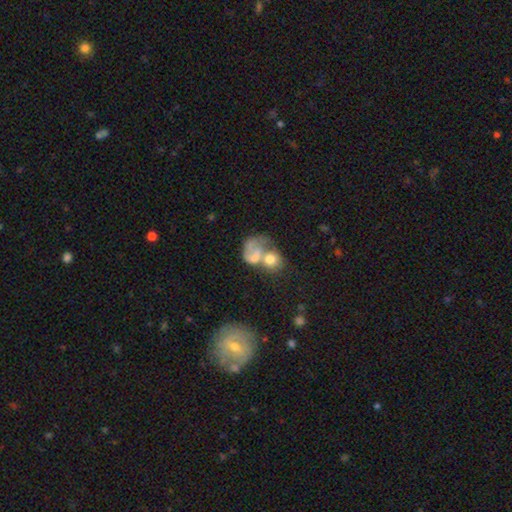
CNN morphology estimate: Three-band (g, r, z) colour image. It shows a smooth galaxy with no disk features (50%) that is in between round and cigar-shaped (51%). Merging: merger (61%).